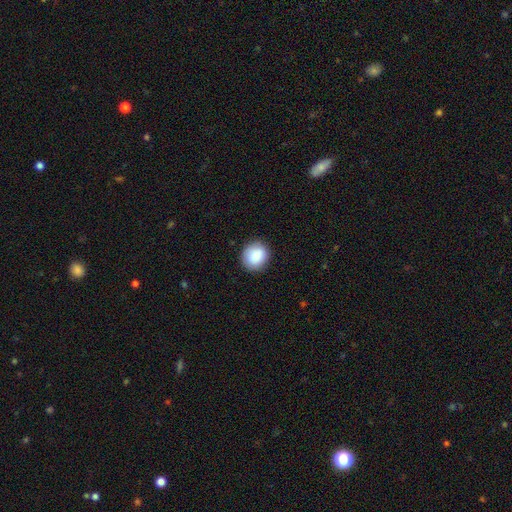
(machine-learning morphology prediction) Smooth or featured? smooth (88%)
How rounded? round (80%)
Merging? none (87%)